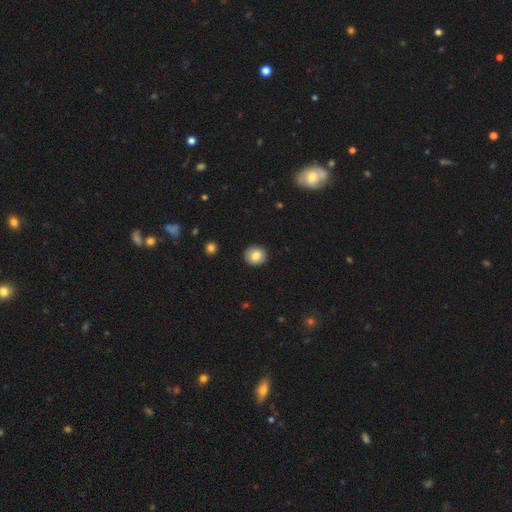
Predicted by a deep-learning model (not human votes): Q: Smooth or featured?
A: smooth (83%); runner-up: star or artifact (9%)
Q: How rounded?
A: round (87%); runner-up: in between (12%)
Q: Merging?
A: none (91%); runner-up: minor disturbance (7%)